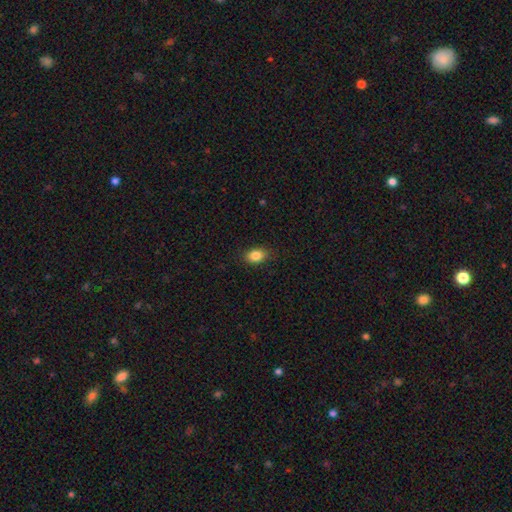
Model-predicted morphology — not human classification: The model was most divided on "how rounded": in between: 77%, round: 21%, cigar-shaped: 2%. More confident: merging — none (85%); smooth or featured — smooth (84%).